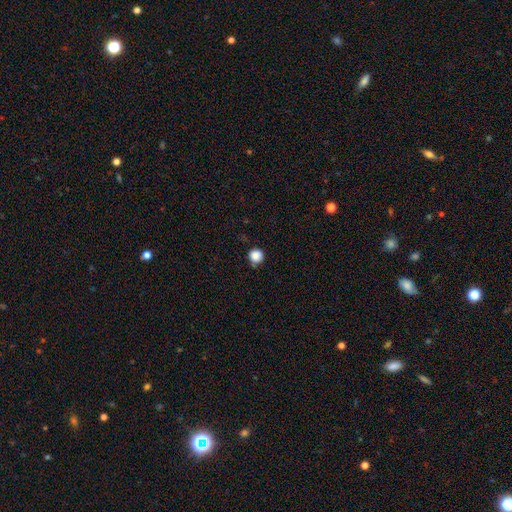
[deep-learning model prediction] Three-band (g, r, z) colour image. It shows a smooth galaxy with no disk features (86%) that is round (95%). Merging: none (83%).